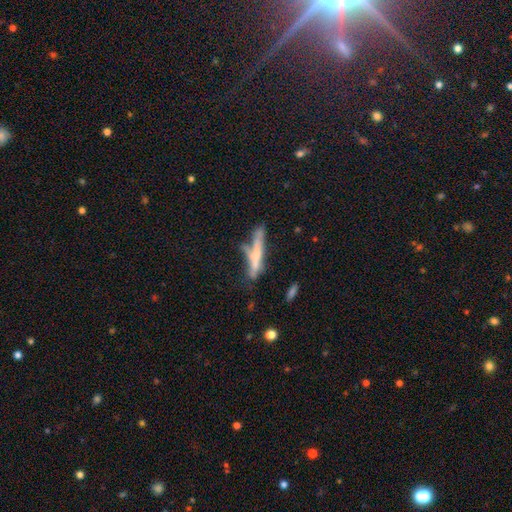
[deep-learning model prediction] Smooth or featured: smooth — 47% (featured or disk — 45%)
Merging: none — 46% (minor disturbance — 22%)